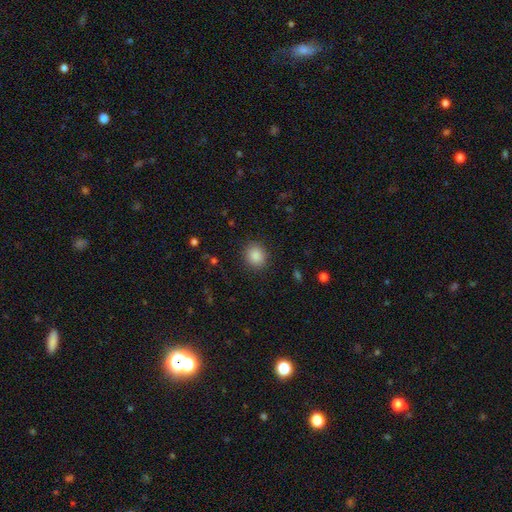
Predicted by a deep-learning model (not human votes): smooth 88%, star or artifact 9%, featured or disk 3%. Down the decision tree: how rounded — round (79%); merging — none (89%).